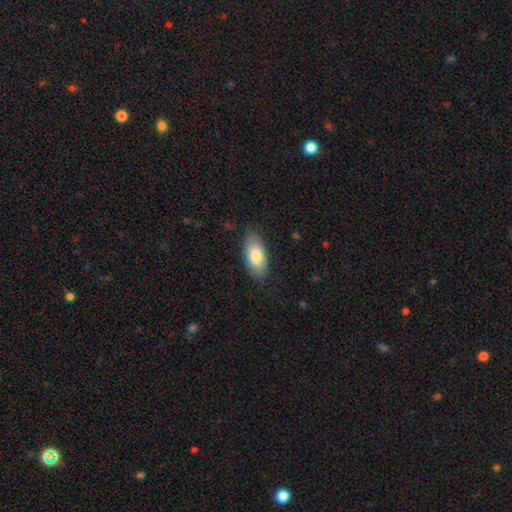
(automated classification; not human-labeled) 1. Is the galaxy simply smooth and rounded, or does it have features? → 82% smooth, 12% featured or disk, 6% star or artifact.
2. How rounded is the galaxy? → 89% in between, 8% cigar-shaped, 2% round.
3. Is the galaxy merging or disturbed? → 82% none, 14% minor disturbance, 3% major disturbance, 1% merger.